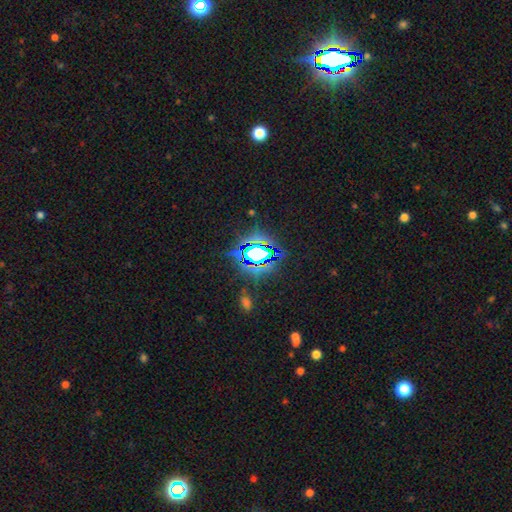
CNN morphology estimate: smooth_or_featured: star or artifact (p=0.74) [alt: smooth p=0.14]